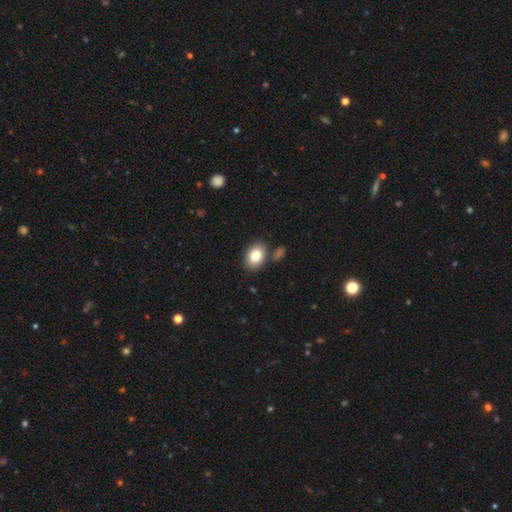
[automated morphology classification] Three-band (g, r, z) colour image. It shows a smooth galaxy with no disk features (83%) that is in between round and cigar-shaped (75%). Merging: none (79%).